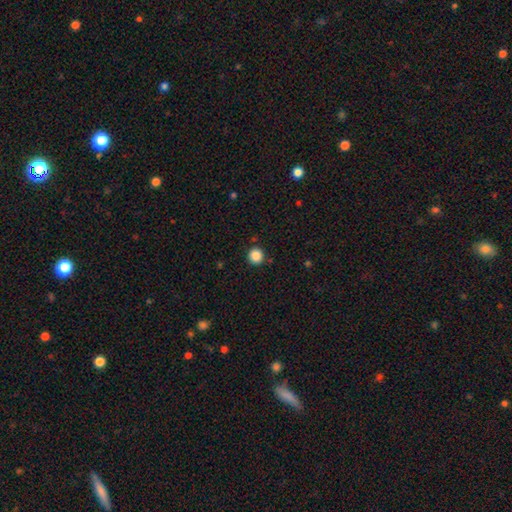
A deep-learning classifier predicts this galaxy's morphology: Q: Smooth or featured?
A: smooth (86%); runner-up: star or artifact (10%)
Q: How rounded?
A: round (94%); runner-up: in between (5%)
Q: Merging?
A: none (91%); runner-up: minor disturbance (5%)